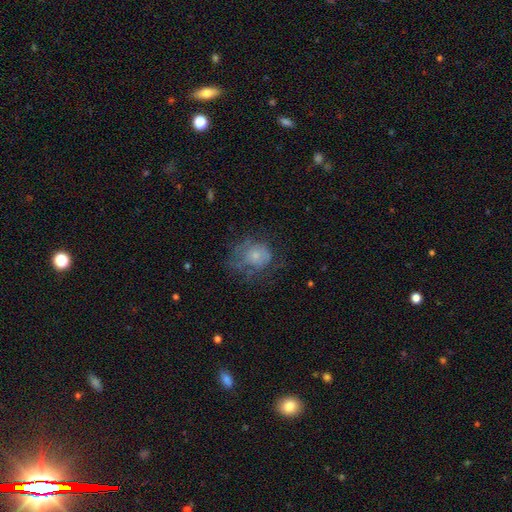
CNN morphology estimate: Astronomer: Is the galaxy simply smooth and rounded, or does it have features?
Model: smooth — 50% (runner-up: featured or disk, 38%).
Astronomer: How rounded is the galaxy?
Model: round — 61% (runner-up: in between, 38%).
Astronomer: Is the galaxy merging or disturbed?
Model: none — 45% (runner-up: major disturbance, 28%).